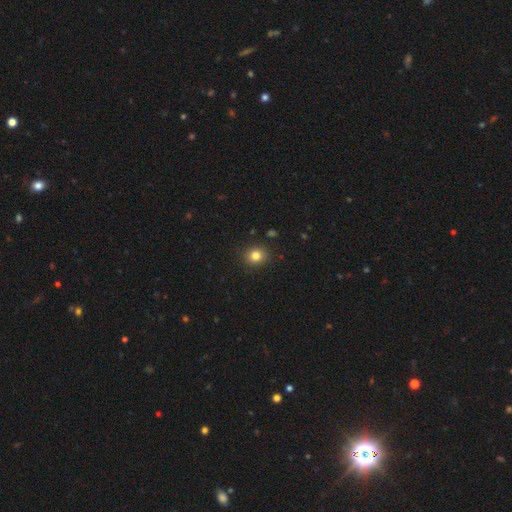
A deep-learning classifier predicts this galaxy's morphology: Q: Smooth or featured?
A: smooth (82%); runner-up: star or artifact (12%)
Q: How rounded?
A: round (77%); runner-up: in between (22%)
Q: Merging?
A: none (89%); runner-up: minor disturbance (8%)